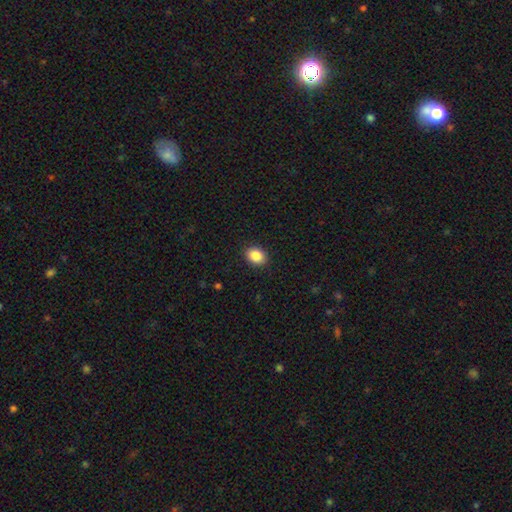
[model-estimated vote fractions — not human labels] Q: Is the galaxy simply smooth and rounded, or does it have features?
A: smooth — 87%.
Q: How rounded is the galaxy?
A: in between — 63%.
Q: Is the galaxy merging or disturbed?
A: none — 90%.